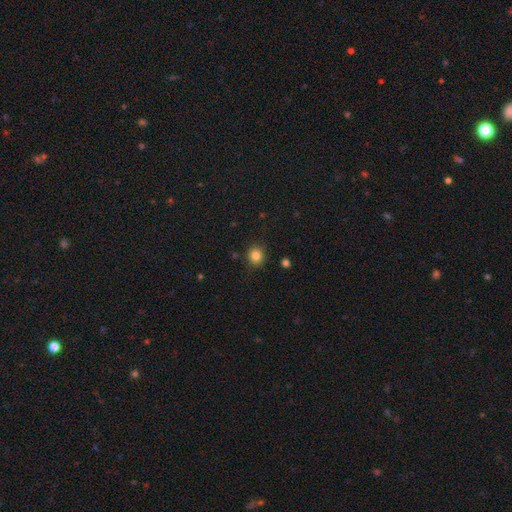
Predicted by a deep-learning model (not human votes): smooth 83%, star or artifact 12%, featured or disk 5%. Down the decision tree: how rounded — round (87%); merging — none (88%).